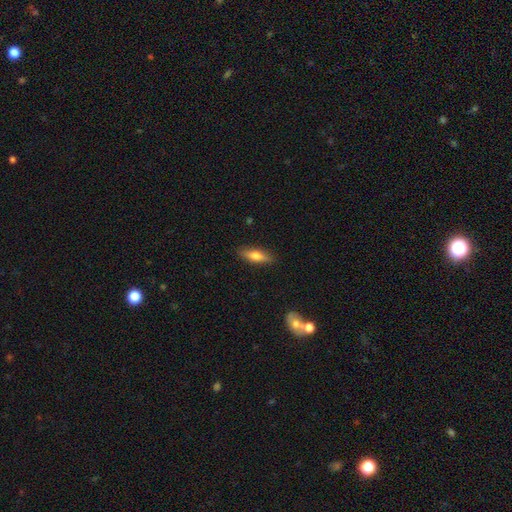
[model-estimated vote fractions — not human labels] Smooth or featured: smooth — 66% (featured or disk — 28%)
How rounded: cigar-shaped — 51% (in between — 47%)
Merging: none — 88% (minor disturbance — 9%)